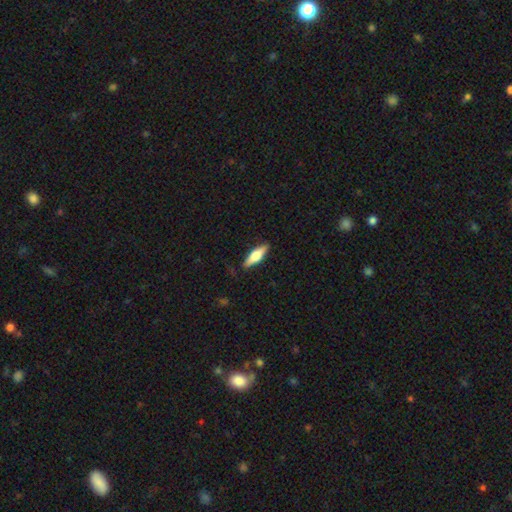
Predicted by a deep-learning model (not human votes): This appears to be a smooth galaxy with no disk features (54%) that is cigar-shaped (55%). Merging: none (86%).